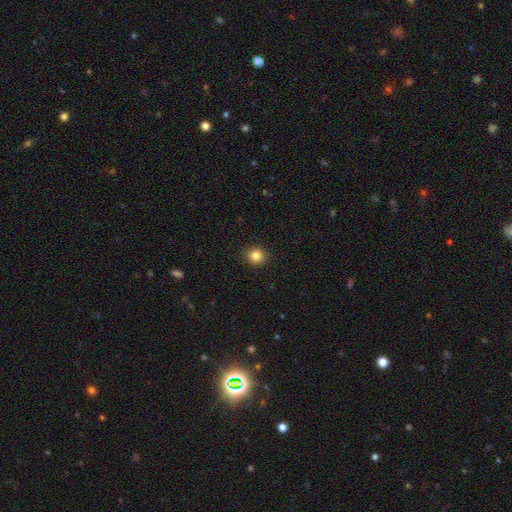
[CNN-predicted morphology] The model was most divided on "smooth or featured": smooth: 84%, star or artifact: 11%, featured or disk: 4%. More confident: merging — none (92%); how rounded — round (90%).